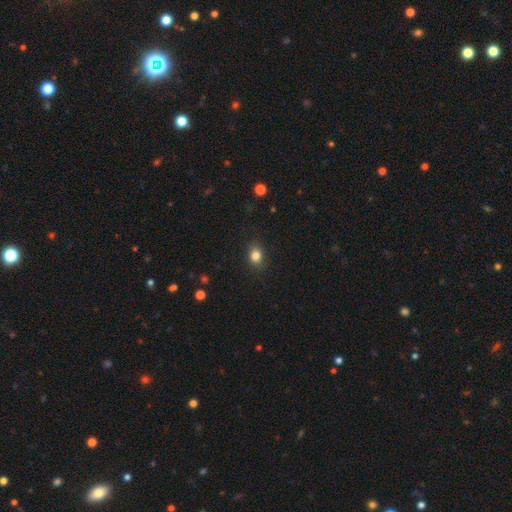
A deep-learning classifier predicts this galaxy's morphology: This appears to be a smooth galaxy with no disk features (83%) that is in between round and cigar-shaped (52%). Merging: none (86%).